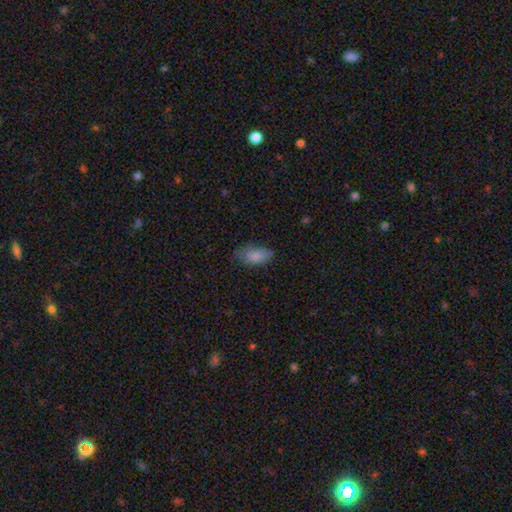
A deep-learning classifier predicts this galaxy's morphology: smooth-or-featured: smooth: 83% | featured or disk: 9% | star or artifact: 8%
  how-rounded: in between: 92% | cigar-shaped: 5% | round: 4%
  merging: none: 57% | minor disturbance: 32% | major disturbance: 9% | merger: 2%